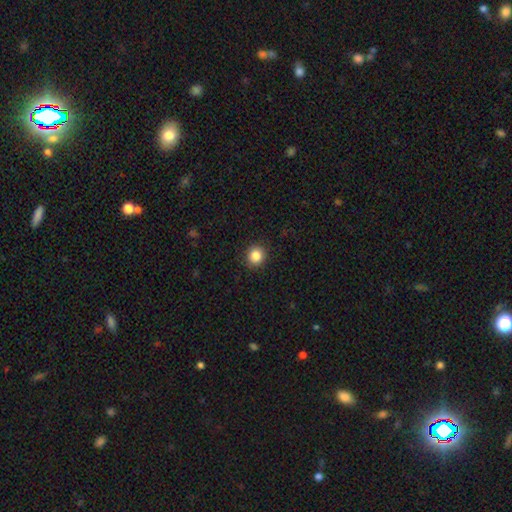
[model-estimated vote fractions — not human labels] The model was most divided on "smooth or featured": smooth: 86%, star or artifact: 10%, featured or disk: 4%. More confident: merging — none (91%); how rounded — round (91%).